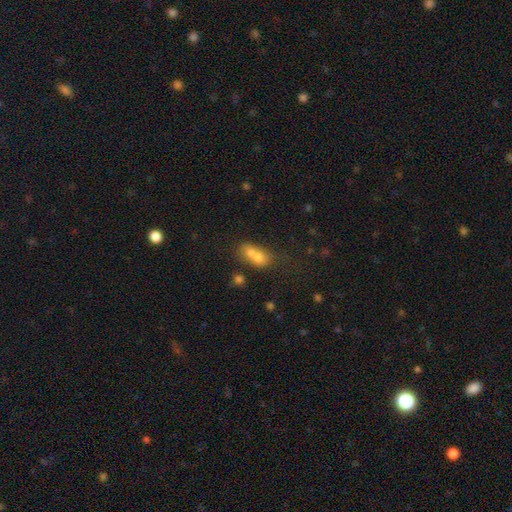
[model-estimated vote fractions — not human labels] This is likely a smooth galaxy (69%). How rounded: likely in between (66%). Merging: likely merger (67%).